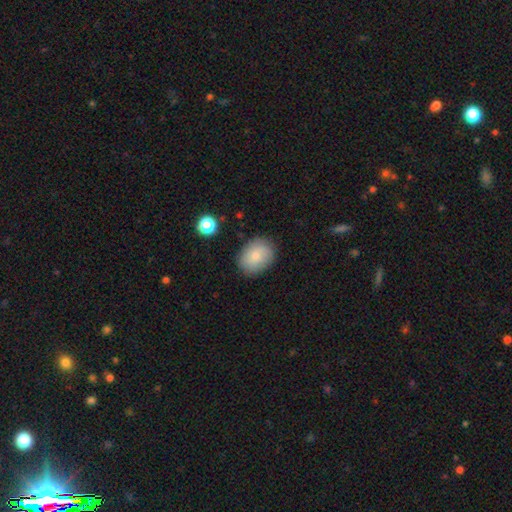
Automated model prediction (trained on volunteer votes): Overall: smooth (81%). How rounded: in between (58%; round 41%). Merging: none (83%).